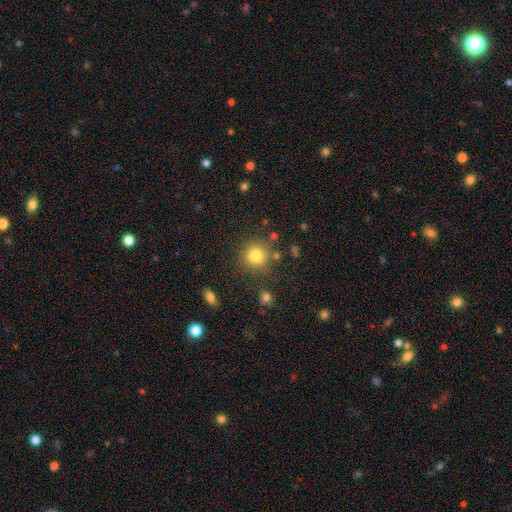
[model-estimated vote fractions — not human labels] Q: Smooth or featured?
A: smooth (78%); runner-up: star or artifact (14%)
Q: How rounded?
A: round (90%); runner-up: in between (9%)
Q: Merging?
A: none (77%); runner-up: minor disturbance (11%)